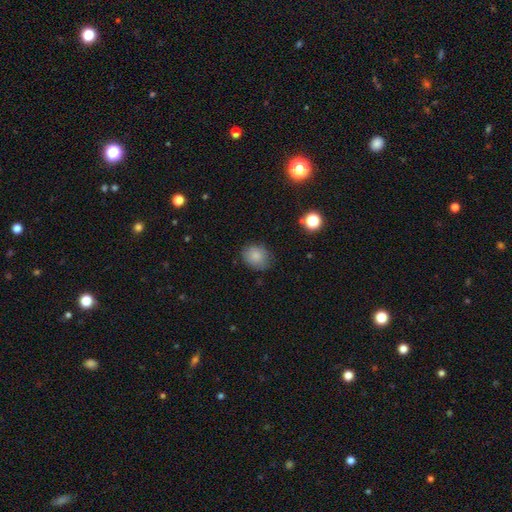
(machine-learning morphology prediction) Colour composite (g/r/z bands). It shows a smooth galaxy with no disk features (84%) that is round (54%). Merging: none (79%).